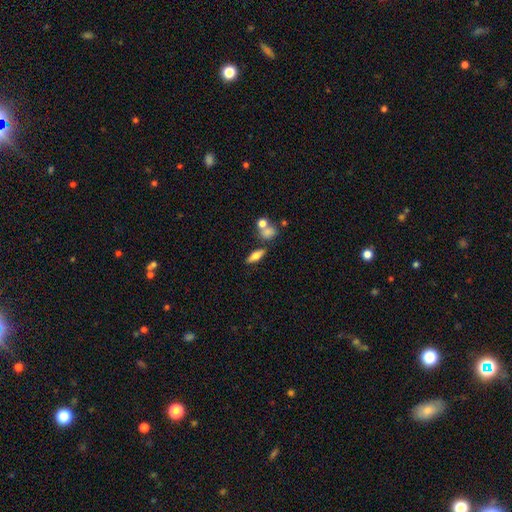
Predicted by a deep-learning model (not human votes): smooth 62%, featured or disk 29%, star or artifact 9%. Down the decision tree: how rounded — in between (61%); merging — none (71%).